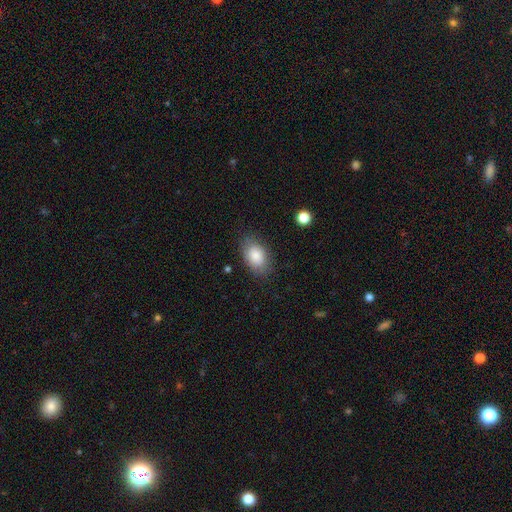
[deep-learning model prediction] Morphology: type=smooth (83%); roundness=in between (89%); merging=none (78%).